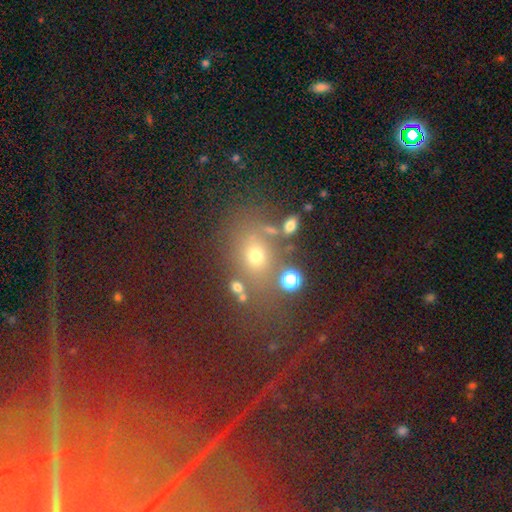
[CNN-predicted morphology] The model was most divided on "smooth or featured": smooth: 44%, star or artifact: 42%, featured or disk: 14%. More confident: merging — none (70%).